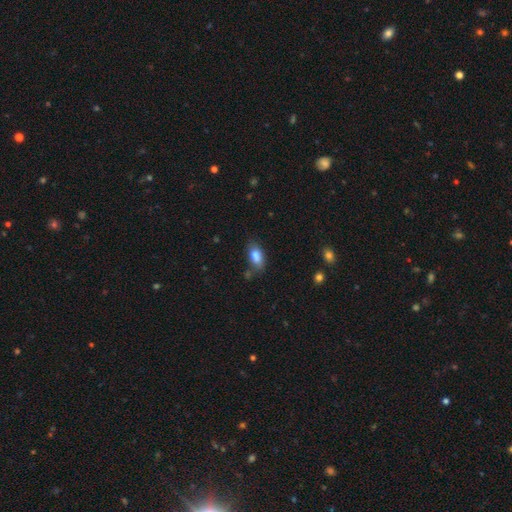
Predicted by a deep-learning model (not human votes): Smooth or featured: smooth — 81% (featured or disk — 10%)
How rounded: in between — 87% (cigar-shaped — 7%)
Merging: none — 59% (minor disturbance — 25%)